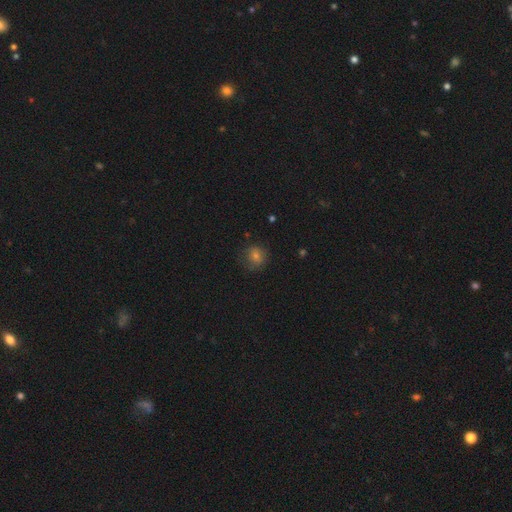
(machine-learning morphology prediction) Smooth or featured?
  - smooth: 70% *
  - star or artifact: 19%
  - featured or disk: 11%
How rounded?
  - round: 84% *
  - in between: 15%
  - cigar-shaped: 1%
Merging?
  - none: 77% *
  - minor disturbance: 16%
  - major disturbance: 5%
  - merger: 1%